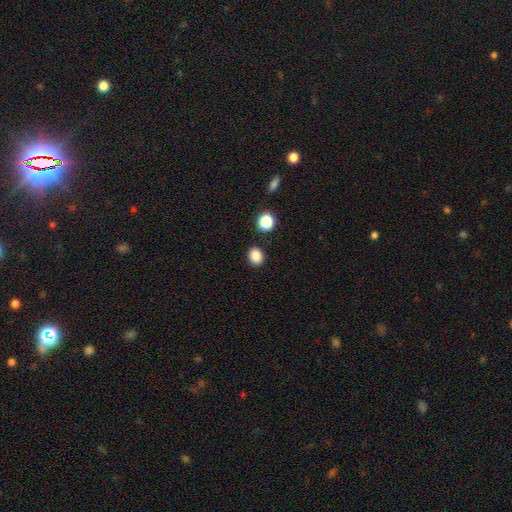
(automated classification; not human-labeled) Smooth or featured? Predicted: smooth (p=0.86). How rounded? Predicted: round (p=0.56). Merging? Predicted: none (p=0.87).